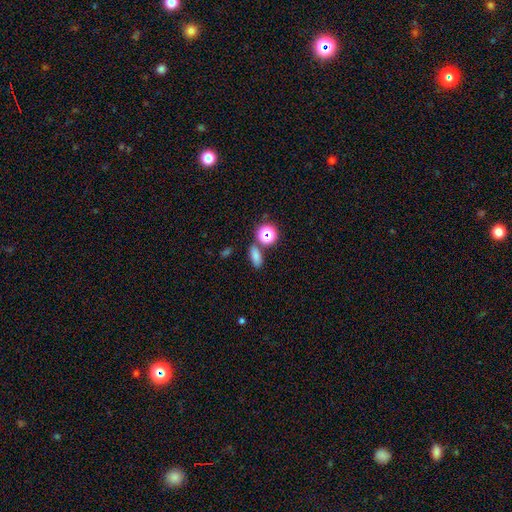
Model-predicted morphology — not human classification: smooth 74%, star or artifact 19%, featured or disk 6%. Down the decision tree: how rounded — in between (76%); merging — none (77%).